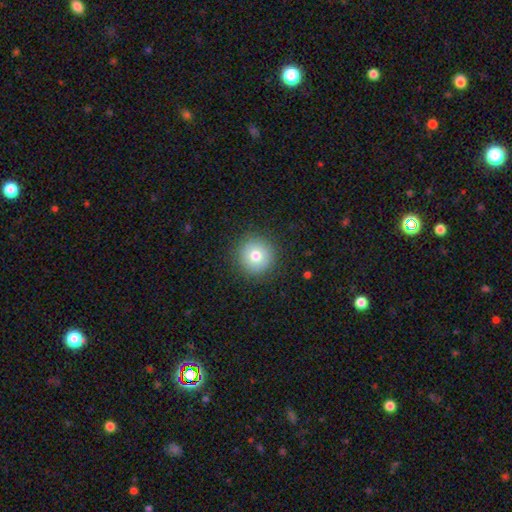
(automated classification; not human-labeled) smooth-or-featured: smooth: 76% | featured or disk: 12% | star or artifact: 12%
  how-rounded: round: 95% | in between: 4% | cigar-shaped: 1%
  merging: none: 90% | minor disturbance: 7% | major disturbance: 3% | merger: 1%